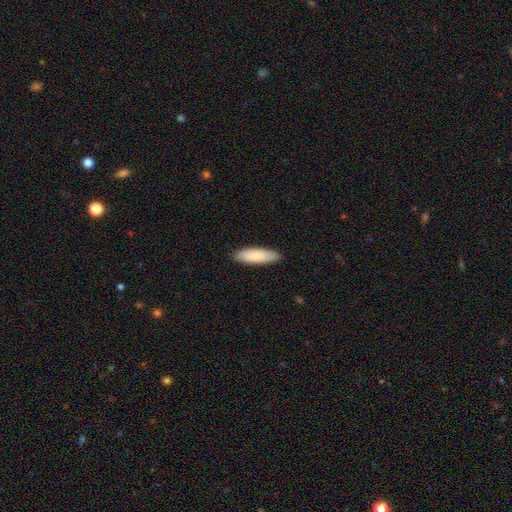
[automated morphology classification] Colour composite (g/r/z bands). It shows a smooth galaxy with no disk features (87%) that is cigar-shaped (52%). Merging: none (90%).